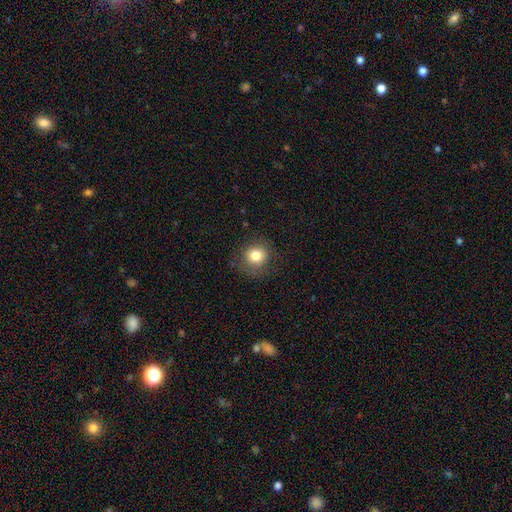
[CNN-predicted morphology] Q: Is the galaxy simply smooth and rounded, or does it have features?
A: smooth — 80%.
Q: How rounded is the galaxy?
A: round — 89%.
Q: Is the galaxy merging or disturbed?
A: none — 82%.